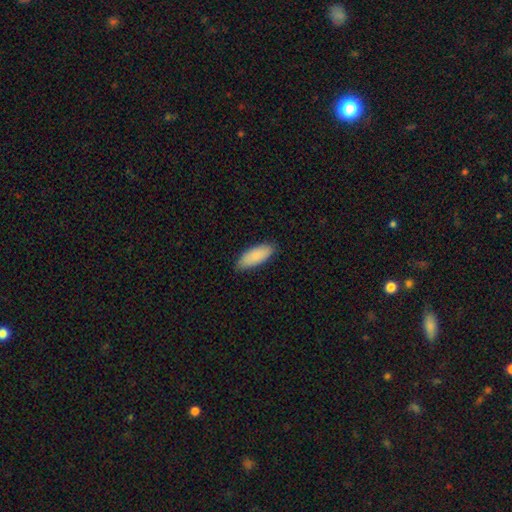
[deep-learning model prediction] A smooth galaxy with no disk features (86%) that is in between round and cigar-shaped (77%).

Vote fractions:
- Smooth or featured? smooth: 86% / featured or disk: 8% / star or artifact: 6%
- How rounded? in between: 77% / cigar-shaped: 21% / round: 2%
- Merging? none: 84% / minor disturbance: 13% / major disturbance: 2% / merger: 1%